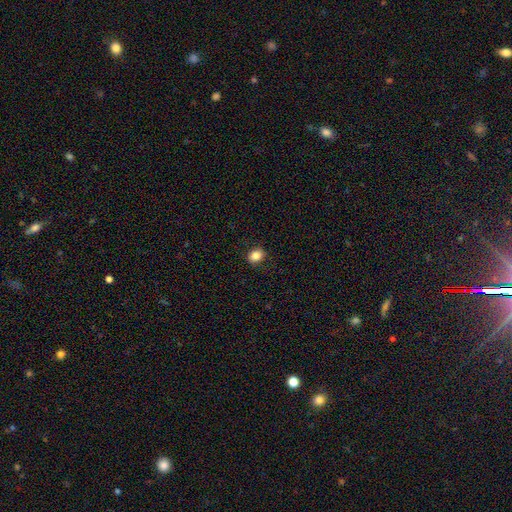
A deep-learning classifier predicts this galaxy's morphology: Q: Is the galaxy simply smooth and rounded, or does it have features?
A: smooth — 85%.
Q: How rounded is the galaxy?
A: round — 55%.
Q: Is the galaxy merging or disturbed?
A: none — 88%.